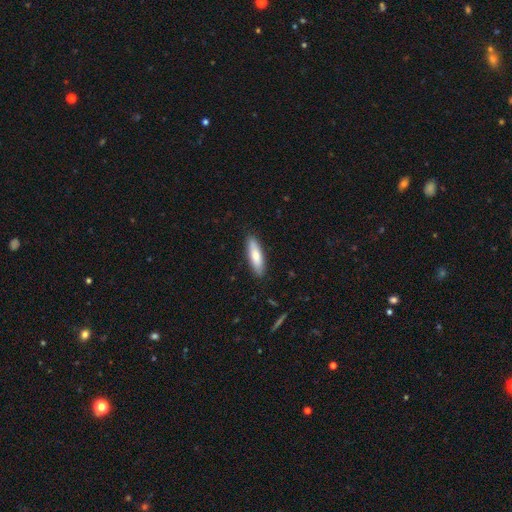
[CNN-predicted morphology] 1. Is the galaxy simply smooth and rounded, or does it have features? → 74% smooth, 21% featured or disk, 6% star or artifact.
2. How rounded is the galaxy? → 61% cigar-shaped, 38% in between, 2% round.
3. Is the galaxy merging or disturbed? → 87% none, 10% minor disturbance, 2% major disturbance, 1% merger.